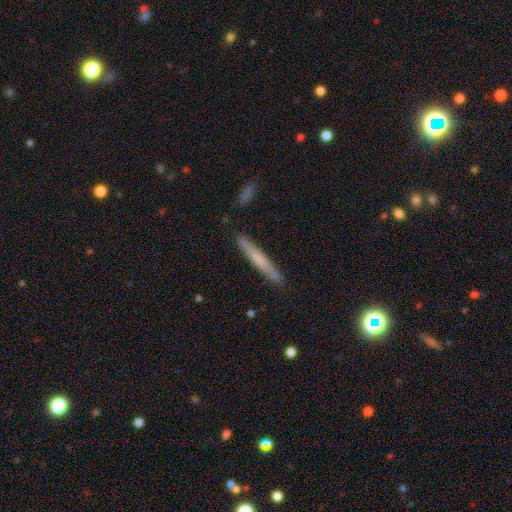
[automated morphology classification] Q: Smooth or featured?
A: smooth (52%); runner-up: featured or disk (39%)
Q: How rounded?
A: cigar-shaped (96%); runner-up: in between (3%)
Q: Merging?
A: none (87%); runner-up: minor disturbance (9%)